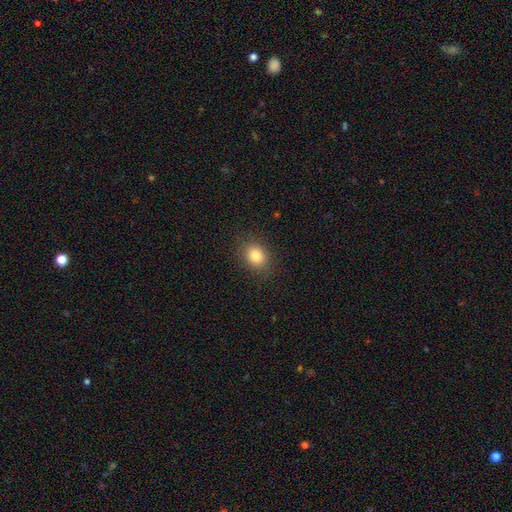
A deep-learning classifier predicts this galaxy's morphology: Smooth or featured? Predicted: smooth (p=0.82). How rounded? Predicted: round (p=0.51). Merging? Predicted: none (p=0.88).